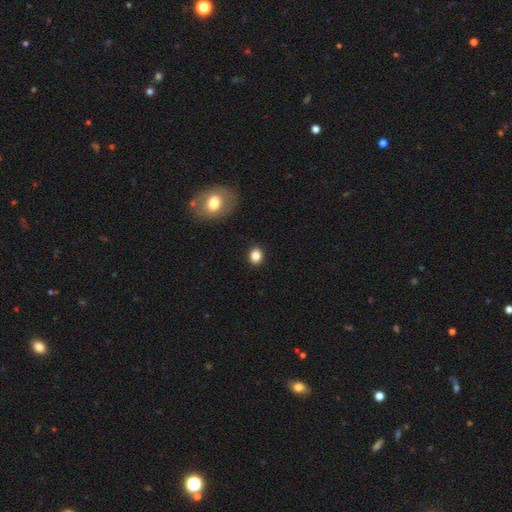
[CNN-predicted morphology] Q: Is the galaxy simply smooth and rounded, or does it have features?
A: smooth — 84%.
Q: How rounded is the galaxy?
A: round — 69%.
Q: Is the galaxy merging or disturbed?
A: none — 90%.